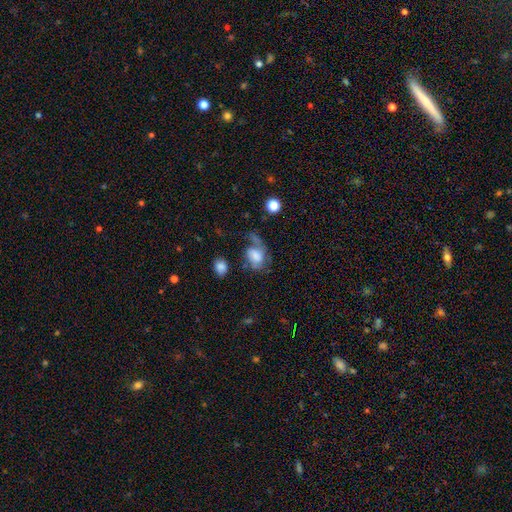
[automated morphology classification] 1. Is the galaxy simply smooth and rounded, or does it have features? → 47% smooth, 43% featured or disk, 10% star or artifact.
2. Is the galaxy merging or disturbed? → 40% major disturbance, 28% none, 22% minor disturbance, 10% merger.